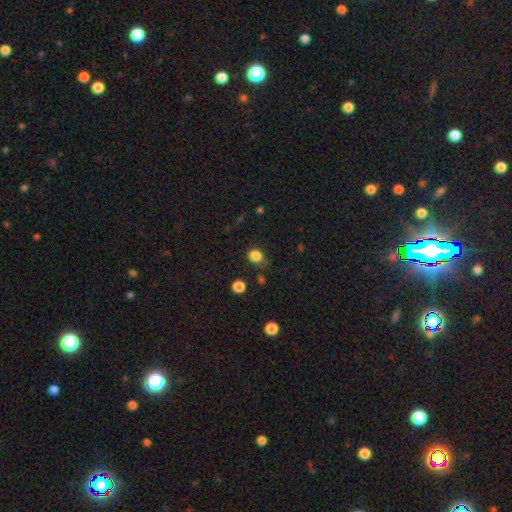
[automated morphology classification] Smooth or featured? Predicted: smooth (p=0.83). How rounded? Predicted: round (p=0.74). Merging? Predicted: none (p=0.66).